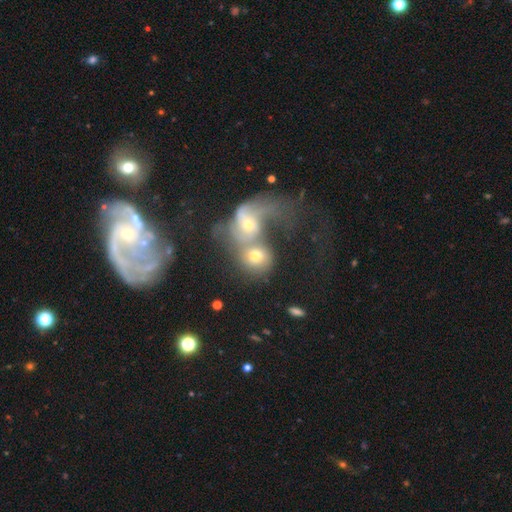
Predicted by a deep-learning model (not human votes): Overall: smooth (53%; featured or disk 37%). How rounded: round (65%; in between 33%). Merging: merger (76%).